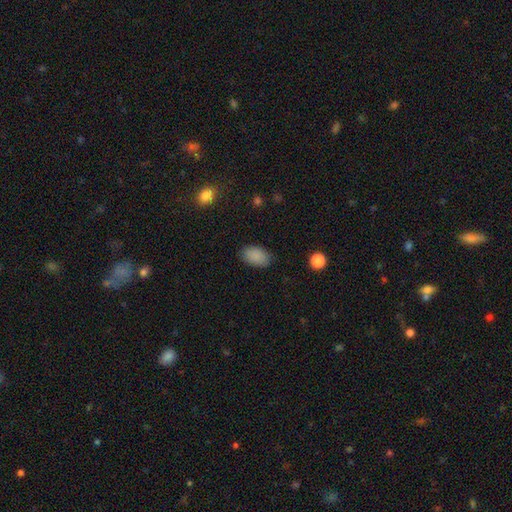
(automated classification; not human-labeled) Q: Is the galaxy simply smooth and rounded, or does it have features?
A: smooth — 88%.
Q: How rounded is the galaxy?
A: in between — 92%.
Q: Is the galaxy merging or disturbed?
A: none — 85%.